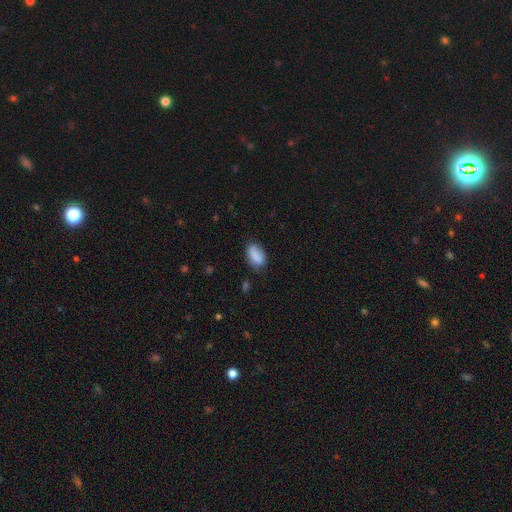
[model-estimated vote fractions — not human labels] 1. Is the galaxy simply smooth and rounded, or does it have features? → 84% smooth, 8% featured or disk, 8% star or artifact.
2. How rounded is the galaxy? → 88% in between, 7% round, 5% cigar-shaped.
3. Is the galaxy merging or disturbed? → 67% none, 23% minor disturbance, 6% major disturbance, 3% merger.